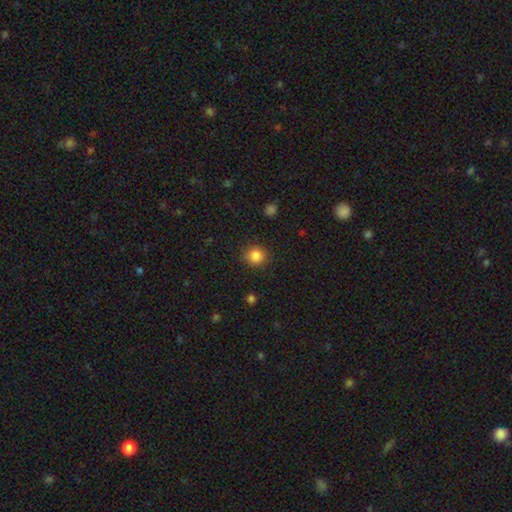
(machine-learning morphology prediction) Overall: smooth (85%). How rounded: round (90%). Merging: none (89%).